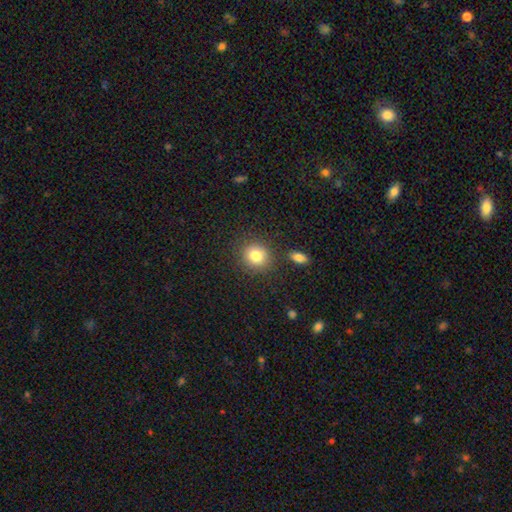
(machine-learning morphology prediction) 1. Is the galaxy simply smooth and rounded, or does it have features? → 82% smooth, 10% star or artifact, 7% featured or disk.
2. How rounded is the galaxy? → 84% round, 15% in between, 1% cigar-shaped.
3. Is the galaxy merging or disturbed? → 83% none, 9% minor disturbance, 5% merger, 3% major disturbance.